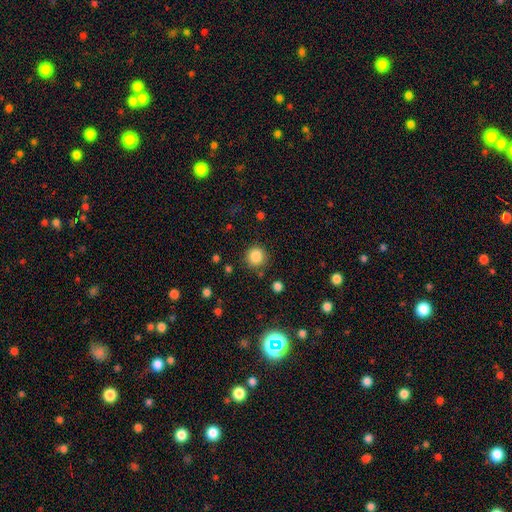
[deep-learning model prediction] A smooth galaxy with no disk features (85%) that is round (91%).

Vote fractions:
- Smooth or featured? smooth: 85% / star or artifact: 11% / featured or disk: 4%
- How rounded? round: 91% / in between: 8% / cigar-shaped: 1%
- Merging? none: 86% / minor disturbance: 8% / major disturbance: 3% / merger: 3%